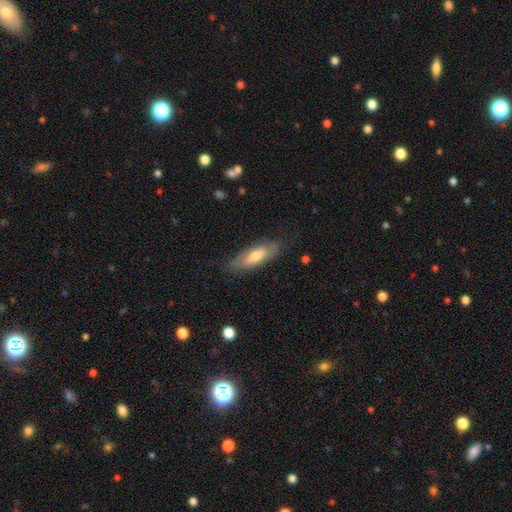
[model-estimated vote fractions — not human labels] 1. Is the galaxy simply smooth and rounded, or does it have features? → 61% smooth, 33% featured or disk, 6% star or artifact.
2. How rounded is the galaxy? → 59% in between, 39% cigar-shaped, 2% round.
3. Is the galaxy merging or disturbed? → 76% none, 18% minor disturbance, 5% major disturbance, 1% merger.